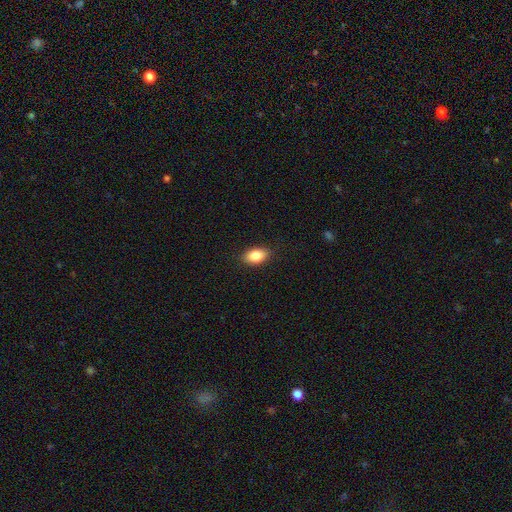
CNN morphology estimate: Smooth or featured: smooth — 85% (featured or disk — 8%)
How rounded: in between — 88% (round — 9%)
Merging: none — 88% (minor disturbance — 9%)